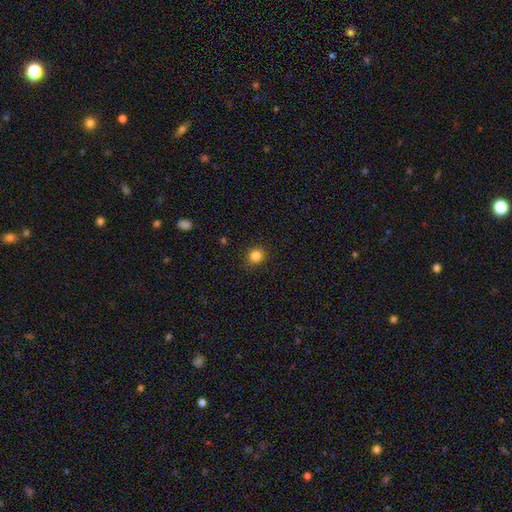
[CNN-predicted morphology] This is clearly a smooth galaxy (83%). How rounded: clearly round (82%). Merging: clearly none (88%).